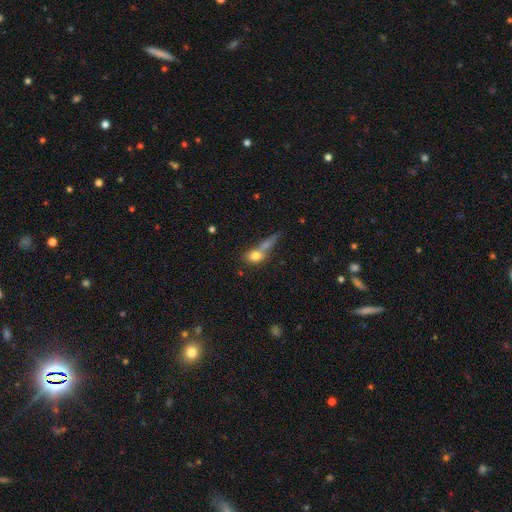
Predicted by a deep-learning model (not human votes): Morphology: type=smooth (72%); roundness=round (44%); merging=merger (53%).